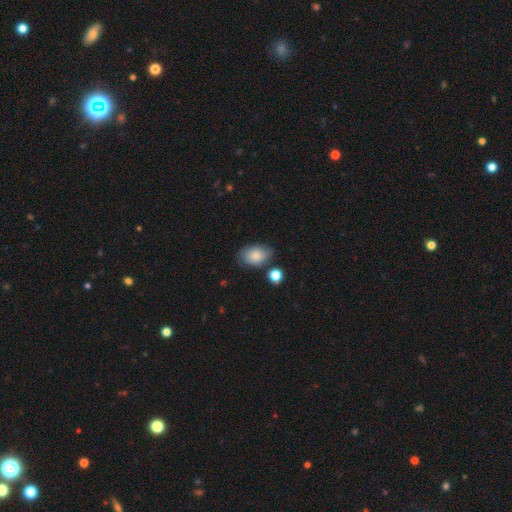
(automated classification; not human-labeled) smooth_or_featured: smooth (p=0.80) [alt: featured or disk p=0.12]
how_rounded: in between (p=0.84) [alt: round p=0.14]
merging: none (p=0.66) [alt: minor disturbance p=0.23]